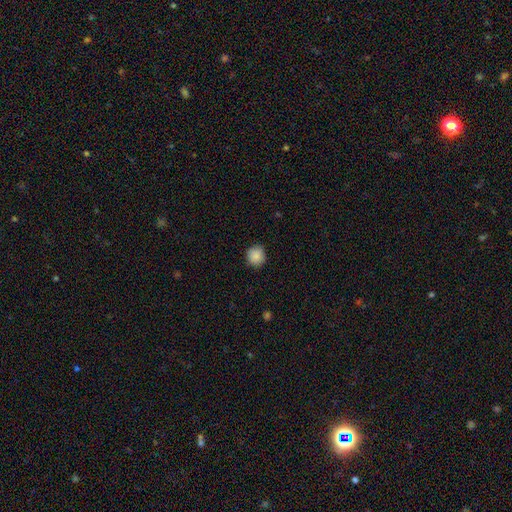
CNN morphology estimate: This appears to be a smooth galaxy with no disk features (88%) that is round (89%). Merging: none (86%).